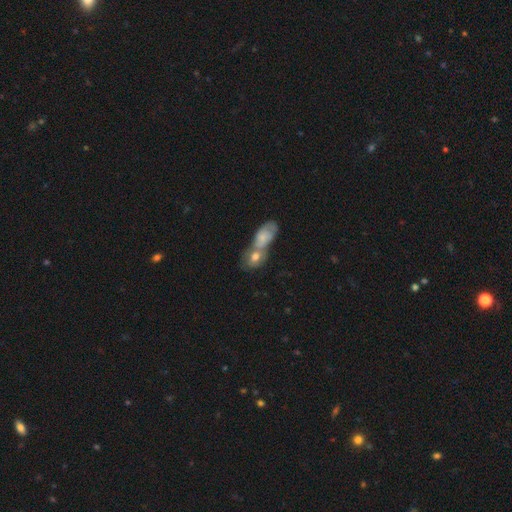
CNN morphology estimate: The model was most divided on "smooth or featured": smooth: 55%, featured or disk: 33%, star or artifact: 13%. More confident: merging — merger (60%); how rounded — in between (58%).